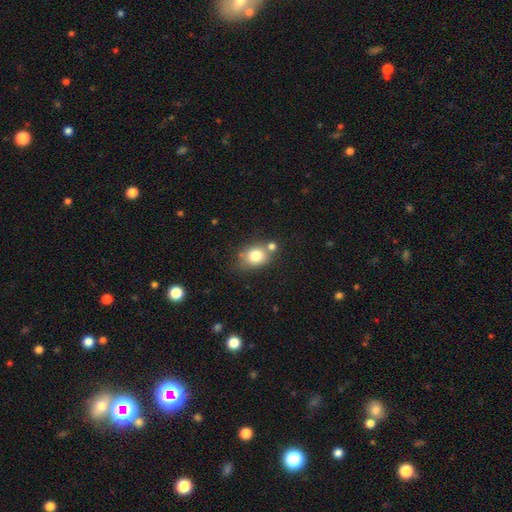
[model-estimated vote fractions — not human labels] Overall: smooth (78%). How rounded: round (51%; in between 48%). Merging: none (60%; merger 21%).